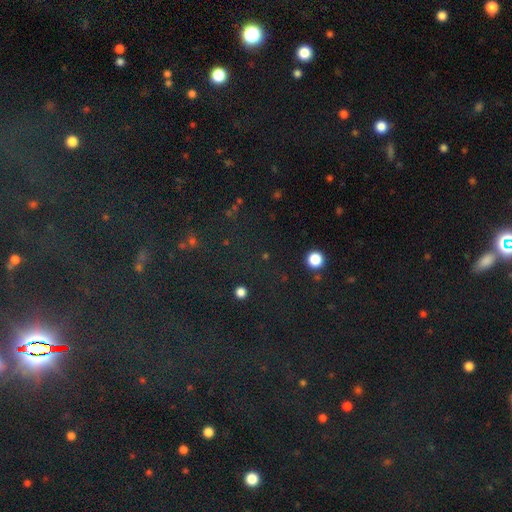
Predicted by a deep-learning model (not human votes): smooth_or_featured: star or artifact (p=0.77) [alt: smooth p=0.15]